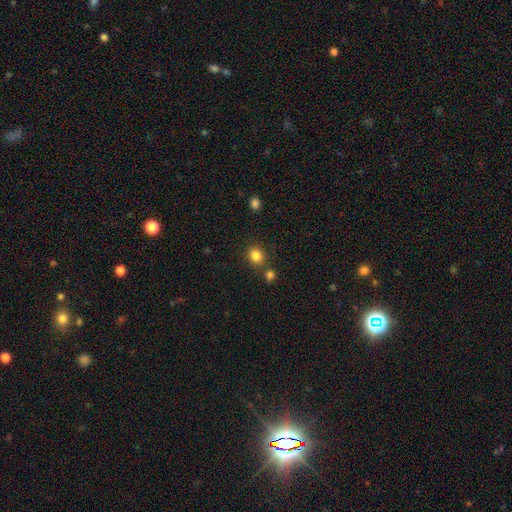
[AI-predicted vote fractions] Smooth or featured: smooth — 84% (star or artifact — 12%)
How rounded: round — 73% (in between — 26%)
Merging: none — 77% (merger — 11%)